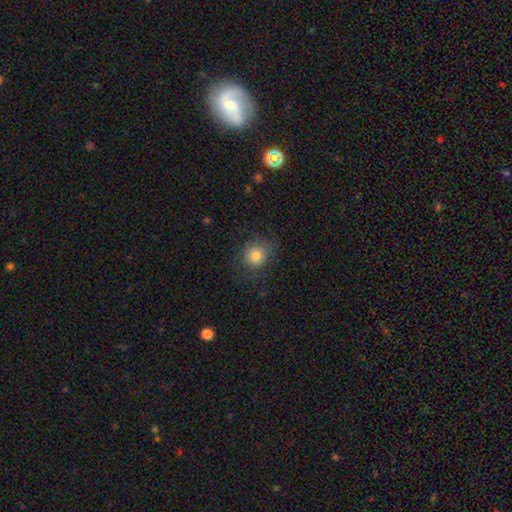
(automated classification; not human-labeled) Smooth or featured?
  - smooth: 83% *
  - star or artifact: 10%
  - featured or disk: 7%
How rounded?
  - round: 84% *
  - in between: 15%
  - cigar-shaped: 1%
Merging?
  - none: 79% *
  - minor disturbance: 14%
  - major disturbance: 6%
  - merger: 1%